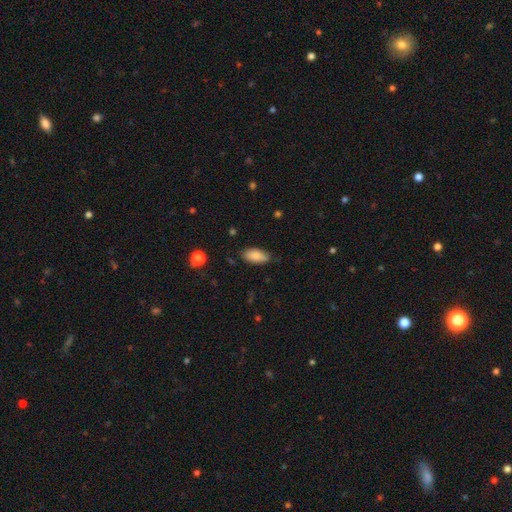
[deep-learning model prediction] Morphology: type=smooth (87%); roundness=in between (90%); merging=none (82%).